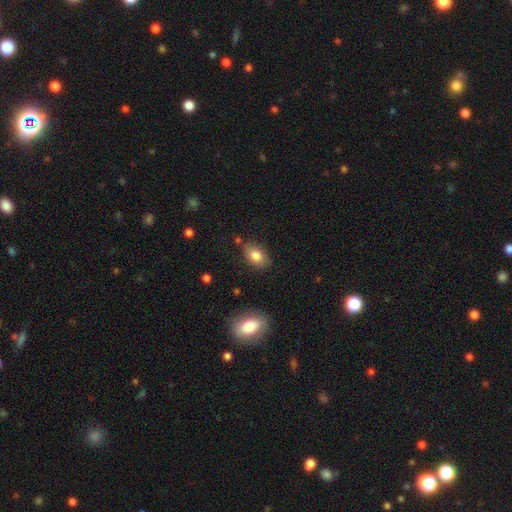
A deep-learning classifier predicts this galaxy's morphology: smooth 82%, featured or disk 10%, star or artifact 8%. Down the decision tree: how rounded — in between (86%); merging — none (78%).